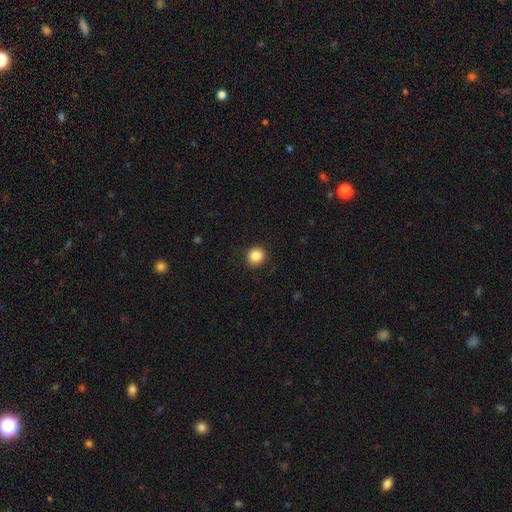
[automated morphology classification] type=smooth (86%); roundness=round (93%); merging=none (92%).